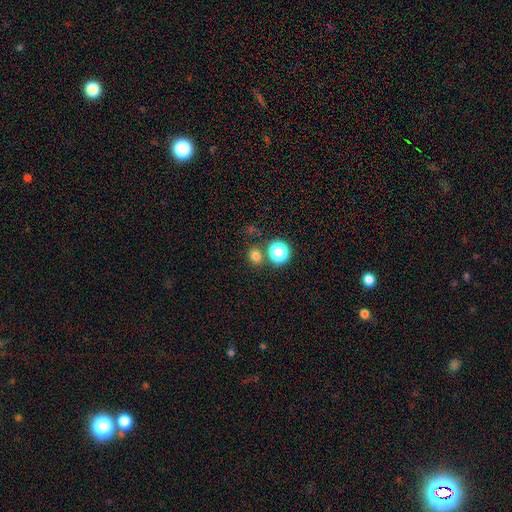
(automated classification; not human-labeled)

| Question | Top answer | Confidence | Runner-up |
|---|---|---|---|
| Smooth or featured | smooth | 74% | star or artifact (20%) |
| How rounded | round | 65% | in between (34%) |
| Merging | none | 75% | merger (13%) |